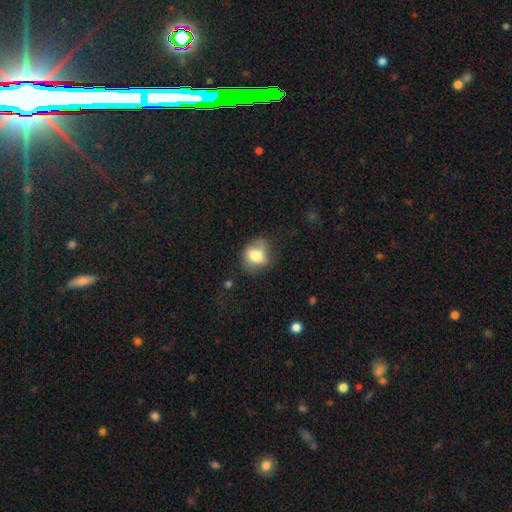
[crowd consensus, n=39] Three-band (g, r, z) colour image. It shows a smooth galaxy with no disk features (67%) that is round (54%). Merging: none (54%).